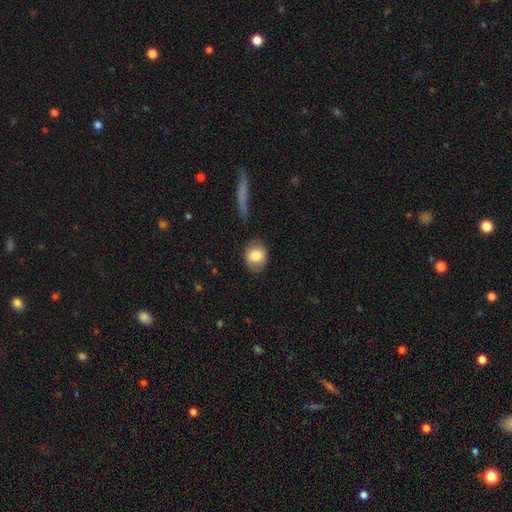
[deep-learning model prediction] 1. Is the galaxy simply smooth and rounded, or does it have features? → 80% smooth, 12% featured or disk, 8% star or artifact.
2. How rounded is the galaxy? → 61% round, 37% in between, 1% cigar-shaped.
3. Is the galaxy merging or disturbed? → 80% none, 14% minor disturbance, 3% major disturbance, 2% merger.